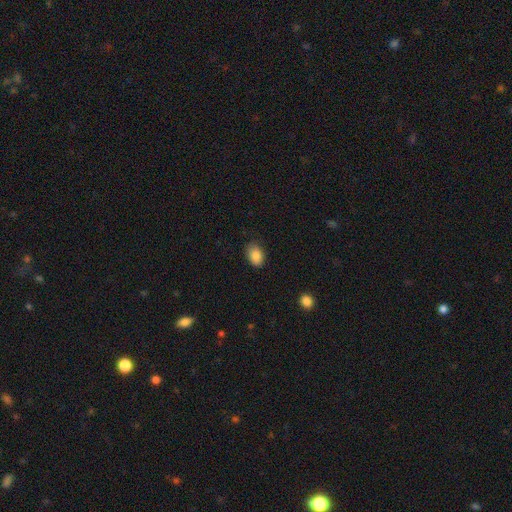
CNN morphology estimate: smooth_or_featured: smooth (p=0.86) [alt: star or artifact p=0.08]
how_rounded: in between (p=0.83) [alt: round p=0.16]
merging: none (p=0.80) [alt: minor disturbance p=0.16]